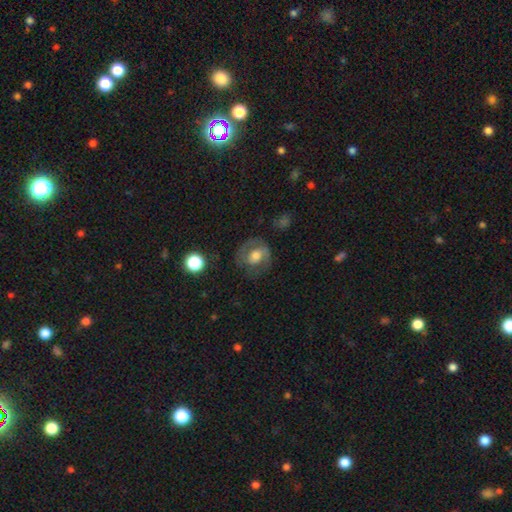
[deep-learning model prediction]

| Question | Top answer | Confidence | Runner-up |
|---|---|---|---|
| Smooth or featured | featured or disk | 49% | smooth (42%) |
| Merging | none | 62% | minor disturbance (20%) |